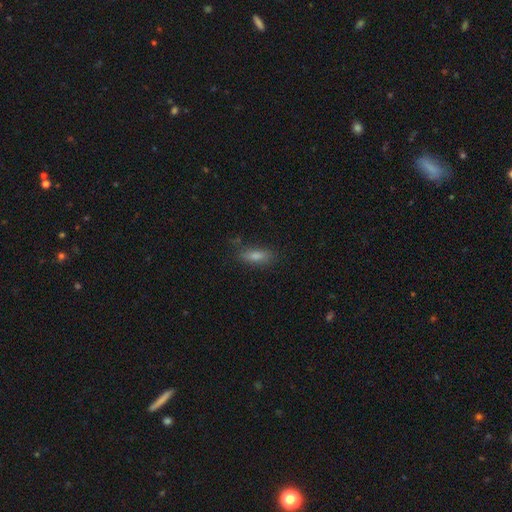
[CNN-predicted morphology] This appears to be a smooth galaxy with no disk features (69%) that is in between round and cigar-shaped (66%). Merging: none (78%).